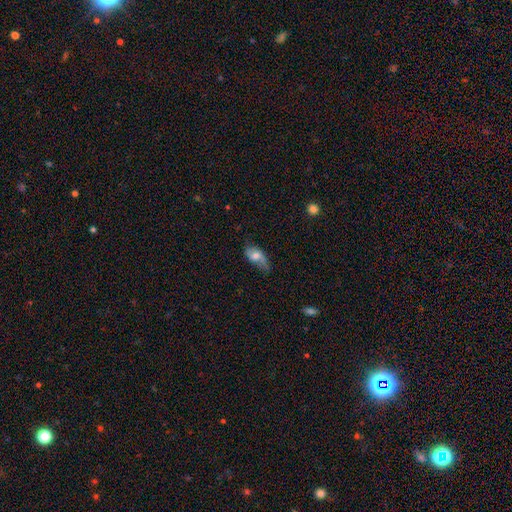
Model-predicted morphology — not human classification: Smooth or featured? smooth (51%)
How rounded? in between (87%)
Merging? none (43%)